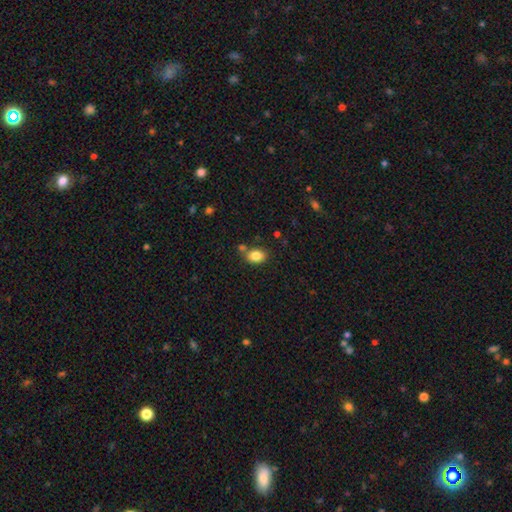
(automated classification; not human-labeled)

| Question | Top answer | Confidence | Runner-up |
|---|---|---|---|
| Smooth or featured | smooth | 84% | star or artifact (9%) |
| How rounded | in between | 71% | round (28%) |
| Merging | none | 69% | merger (14%) |